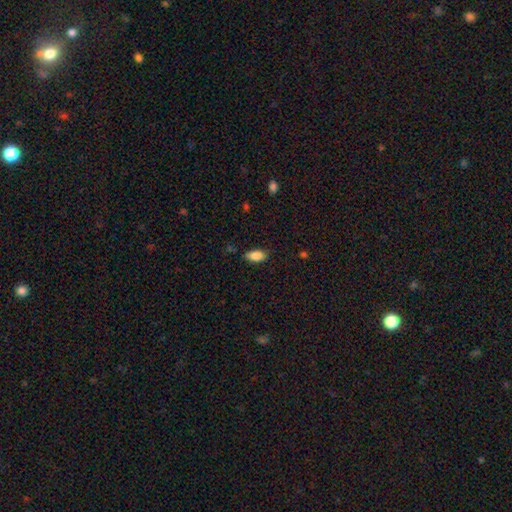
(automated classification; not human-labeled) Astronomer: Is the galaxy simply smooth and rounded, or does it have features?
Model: smooth — 86%.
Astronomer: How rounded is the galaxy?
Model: in between — 90%.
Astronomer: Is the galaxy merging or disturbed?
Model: none — 82%.